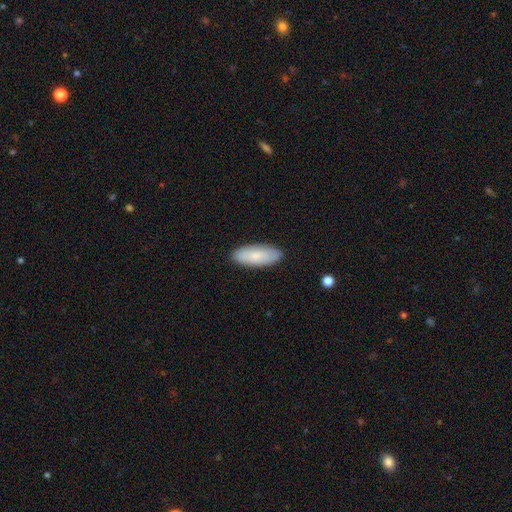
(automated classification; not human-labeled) Smooth or featured: smooth — 80% (featured or disk — 14%)
How rounded: in between — 81% (cigar-shaped — 17%)
Merging: none — 88% (minor disturbance — 9%)